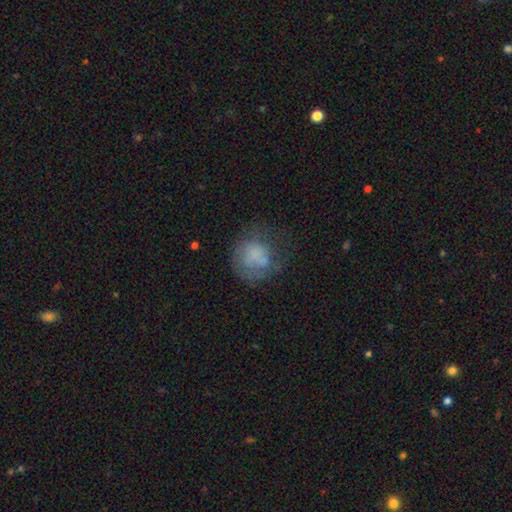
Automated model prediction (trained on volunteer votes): The model was most divided on "merging": none: 49%, major disturbance: 25%, minor disturbance: 23%, merger: 3%. More confident: how rounded — round (82%); smooth or featured — smooth (59%).